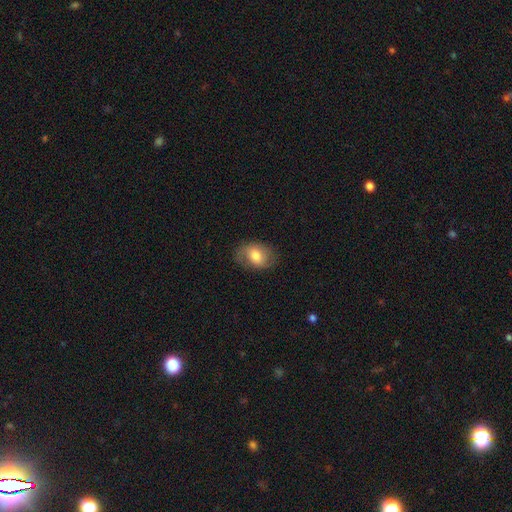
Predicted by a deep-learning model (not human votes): Overall: smooth (68%). How rounded: in between (76%). Merging: none (74%).